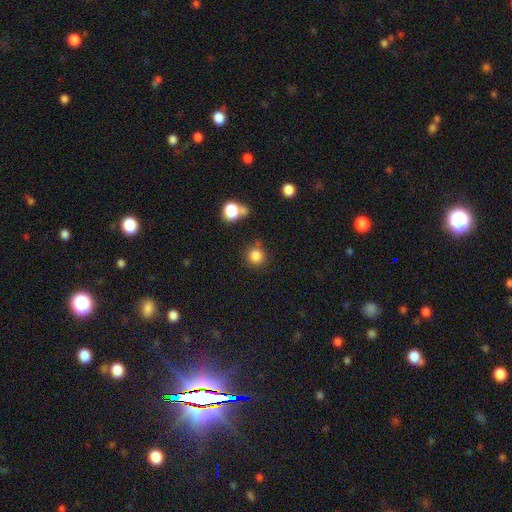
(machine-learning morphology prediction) The model was most divided on "merging": none: 77%, minor disturbance: 11%, merger: 7%, major disturbance: 4%. More confident: how rounded — round (90%); smooth or featured — smooth (83%).